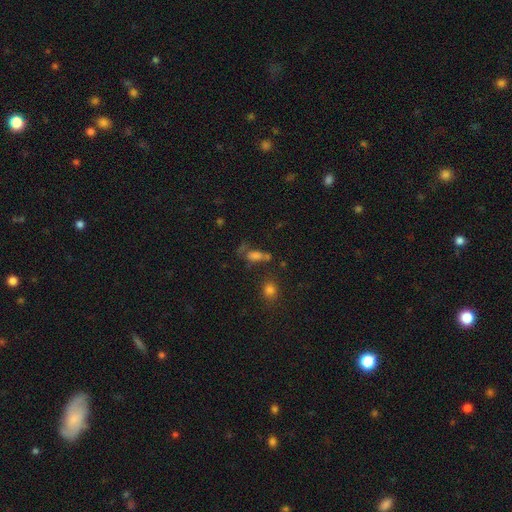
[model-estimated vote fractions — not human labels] This appears to be a smooth galaxy with no disk features (64%) that is in between round and cigar-shaped (72%). Merging: none (40%).